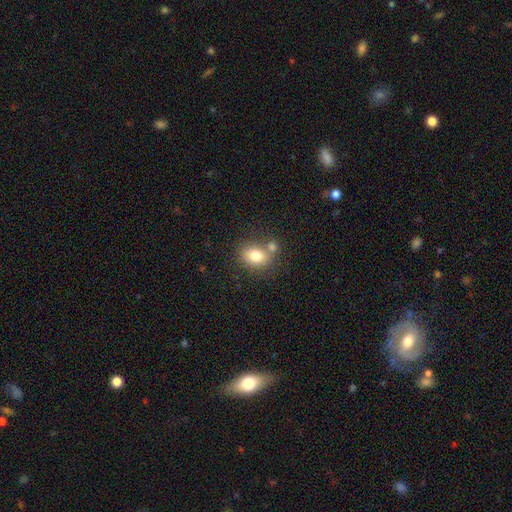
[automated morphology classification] type=smooth (79%); roundness=in between (61%); merging=none (55%).